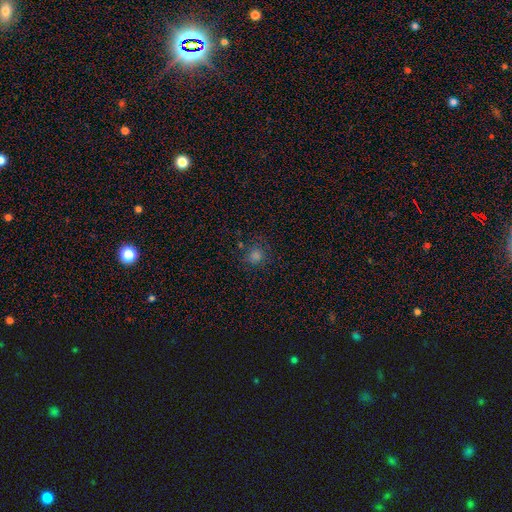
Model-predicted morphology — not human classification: A smooth galaxy with no disk features (69%) that is round (89%). Merging: none (80%).